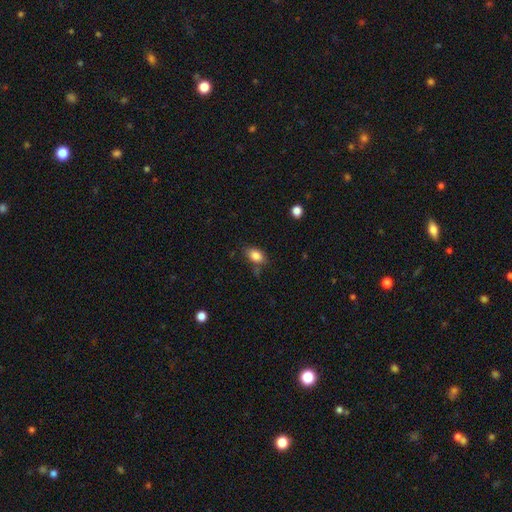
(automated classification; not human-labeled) Smooth or featured? Predicted: smooth (p=0.84). How rounded? Predicted: in between (p=0.85). Merging? Predicted: none (p=0.72).